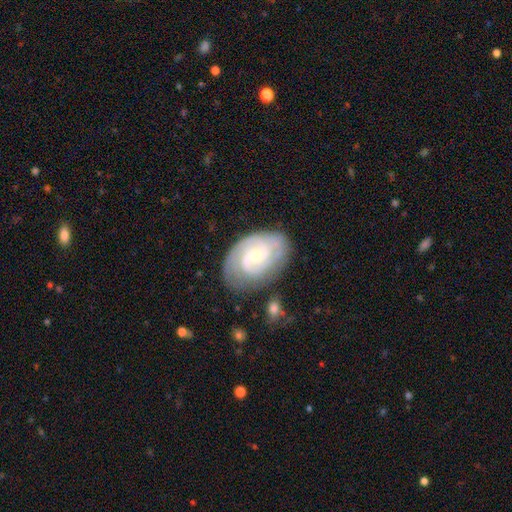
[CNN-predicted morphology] type=featured or disk (84%); edge-on=no (97%); bar=no (53%); spiral arms=yes (96%); winding=tight (58%); arm count=2 (43%); bulge=small (63%); merging=none (72%).